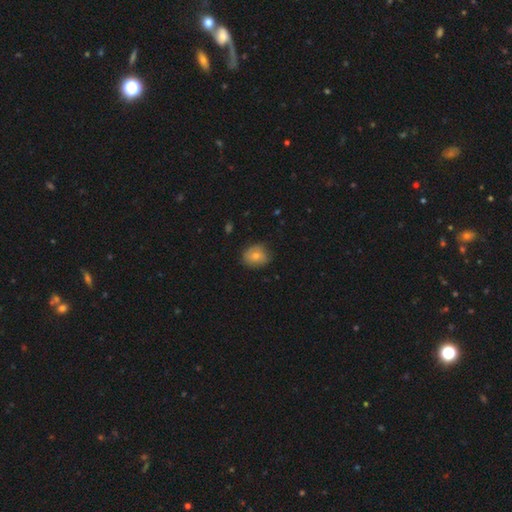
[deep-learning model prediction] smooth_or_featured: smooth (p=0.74) [alt: featured or disk p=0.17]
how_rounded: round (p=0.59) [alt: in between p=0.40]
merging: none (p=0.72) [alt: minor disturbance p=0.23]